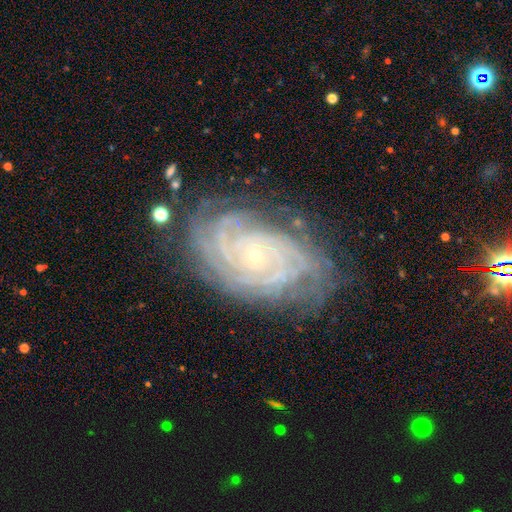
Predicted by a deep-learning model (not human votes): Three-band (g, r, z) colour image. It shows a featured or disk galaxy (89%) with no bar (80%), 4 (25%) tight (84%) spiral arms (98%) and a small central bulge (86%). Merging: none (76%).